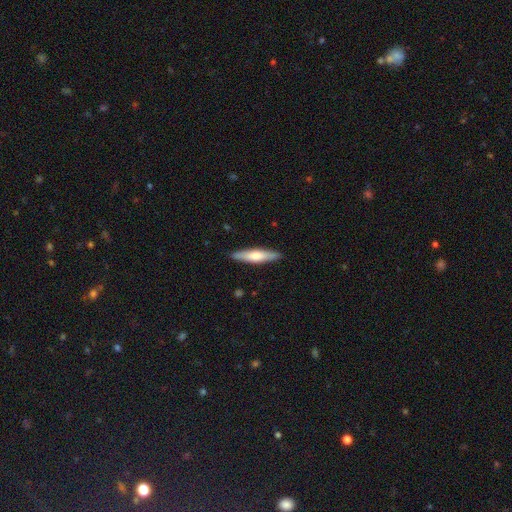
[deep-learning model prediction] This appears to be a smooth galaxy with no disk features (56%) that is cigar-shaped (82%). Merging: none (89%).